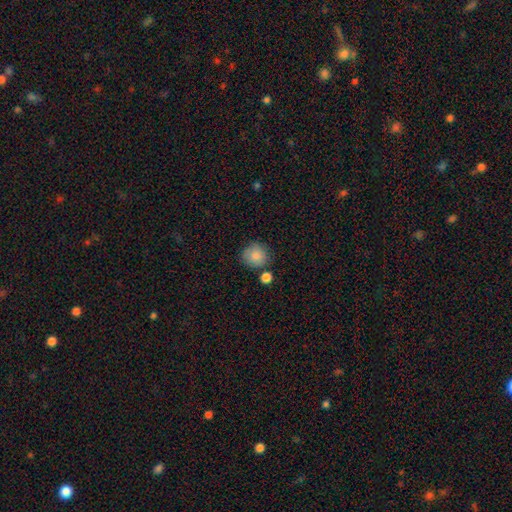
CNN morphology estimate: A smooth galaxy with no disk features (84%) that is round (89%). Merging: none (73%).